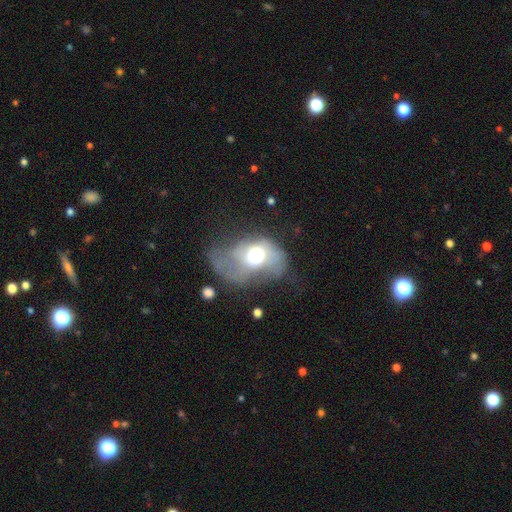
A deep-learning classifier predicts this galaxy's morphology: A smooth galaxy with no disk features (45%).

Vote fractions:
- Smooth or featured? smooth: 45% / featured or disk: 43% / star or artifact: 12%
- Merging? major disturbance: 56% / minor disturbance: 21% / none: 17% / merger: 6%